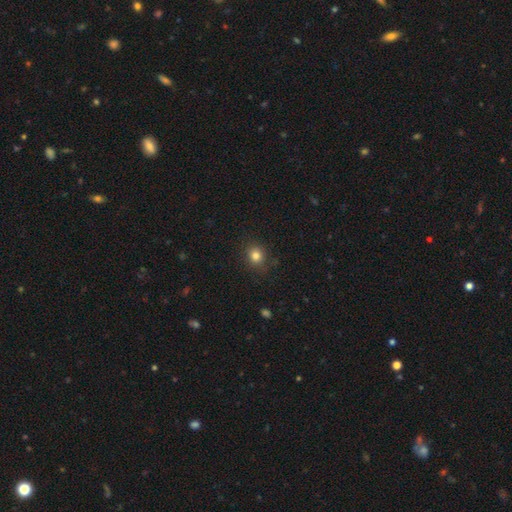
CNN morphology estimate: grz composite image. It shows a smooth galaxy with no disk features (82%) that is round (80%). Merging: none (86%).